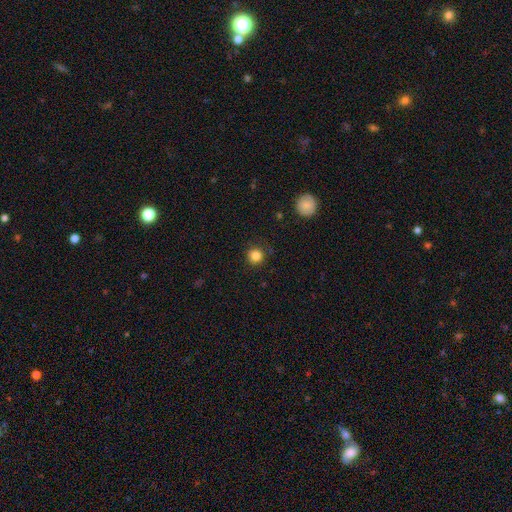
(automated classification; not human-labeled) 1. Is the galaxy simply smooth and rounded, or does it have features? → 83% smooth, 12% star or artifact, 5% featured or disk.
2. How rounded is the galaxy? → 93% round, 6% in between, 1% cigar-shaped.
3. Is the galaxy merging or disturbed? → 85% none, 10% minor disturbance, 3% major disturbance, 1% merger.